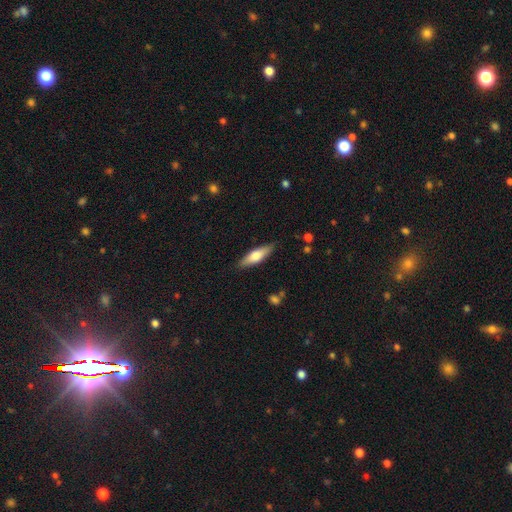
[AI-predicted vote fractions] A smooth galaxy with no disk features (60%) that is cigar-shaped (56%).

Vote fractions:
- Smooth or featured? smooth: 60% / featured or disk: 35% / star or artifact: 6%
- How rounded? cigar-shaped: 56% / in between: 42% / round: 2%
- Merging? none: 87% / minor disturbance: 10% / major disturbance: 2% / merger: 1%